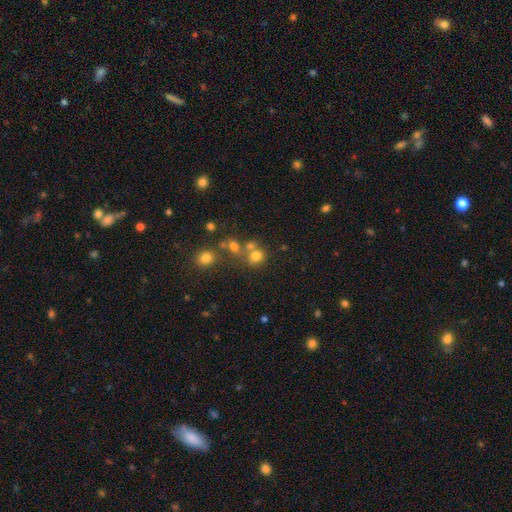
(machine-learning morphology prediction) type=smooth (72%); roundness=round (73%); merging=none (51%).